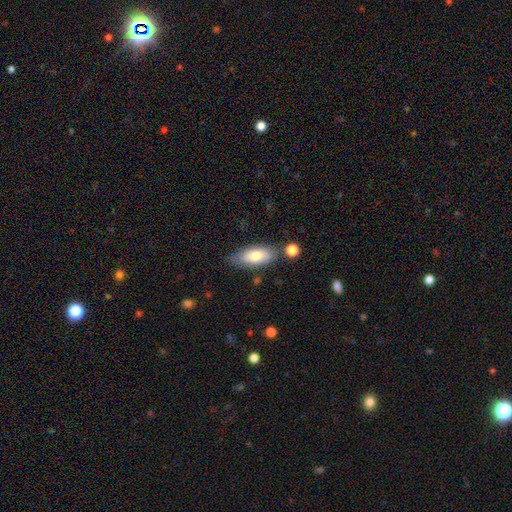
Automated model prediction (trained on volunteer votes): Morphology: type=smooth (75%); roundness=in between (81%); merging=none (70%).